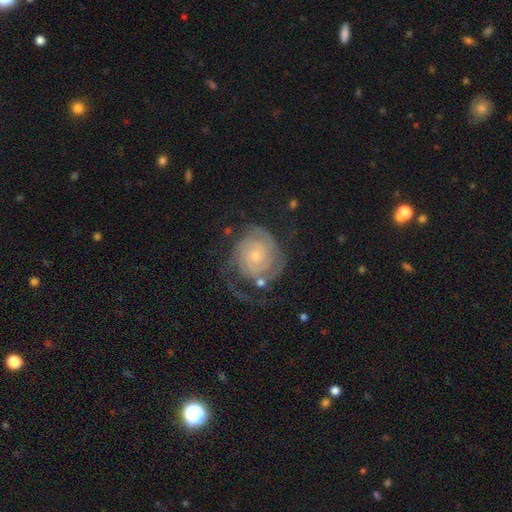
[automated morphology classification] Smooth or featured?
  - featured or disk: 85% *
  - smooth: 9%
  - star or artifact: 6%
Edge-on disk?
  - no: 98% *
  - yes: 2%
Bar?
  - no: 75% *
  - weak: 21%
  - strong: 4%
Spiral arms?
  - yes: 96% *
  - no: 4%
Spiral winding?
  - tight: 70% *
  - medium: 22%
  - loose: 7%
Spiral arm count?
  - 2: 39% *
  - can't tell: 25%
  - 3: 17%
  - 1: 7%
  - 4: 7%
  - more than 4: 5%
Bulge size?
  - small: 72% *
  - moderate: 22%
  - none: 3%
  - large: 2%
  - dominant: 1%
Merging?
  - none: 54% *
  - major disturbance: 23%
  - minor disturbance: 19%
  - merger: 4%